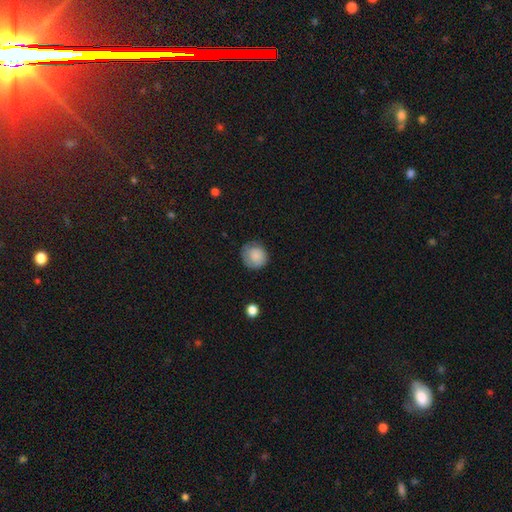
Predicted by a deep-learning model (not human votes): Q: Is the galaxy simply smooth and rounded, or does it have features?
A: smooth — 83%.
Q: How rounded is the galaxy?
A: round — 83%.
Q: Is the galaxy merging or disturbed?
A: none — 69%.